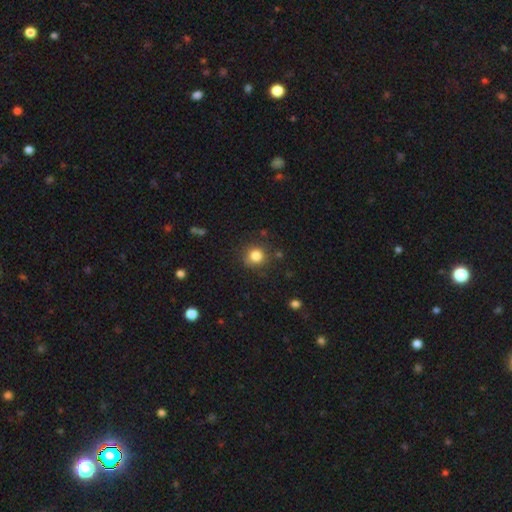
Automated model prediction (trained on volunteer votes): Overall: smooth (82%). How rounded: round (90%). Merging: none (83%).